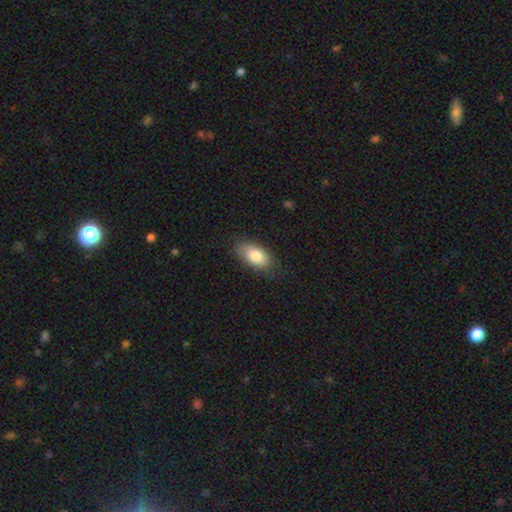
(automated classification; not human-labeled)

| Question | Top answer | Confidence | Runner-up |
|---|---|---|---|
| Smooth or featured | smooth | 82% | featured or disk (11%) |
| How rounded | in between | 92% | round (4%) |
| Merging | none | 79% | minor disturbance (16%) |